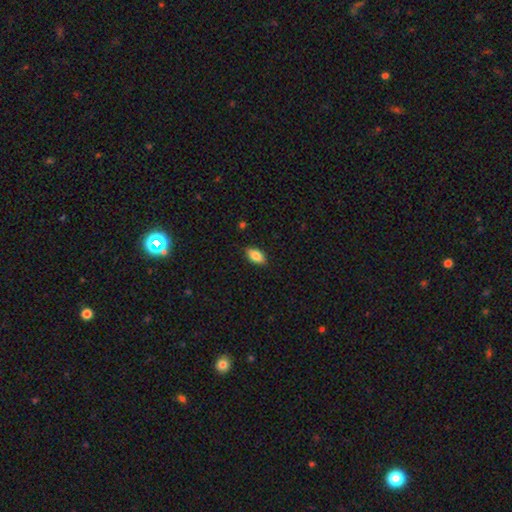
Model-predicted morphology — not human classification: The model was most divided on "smooth or featured": smooth: 84%, featured or disk: 9%, star or artifact: 7%. More confident: how rounded — in between (91%); merging — none (87%).